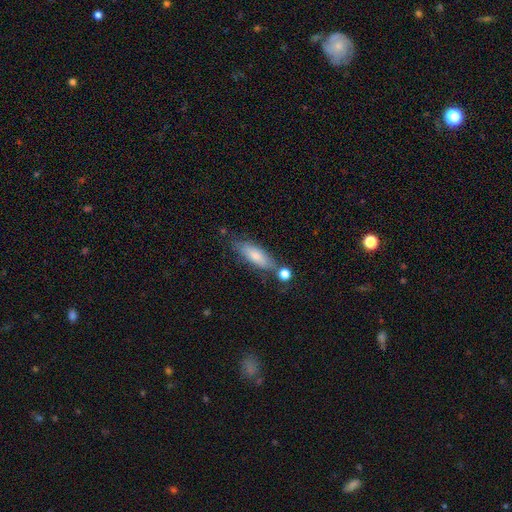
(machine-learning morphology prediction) Overall: smooth (70%). How rounded: in between (51%; cigar-shaped 47%). Merging: none (61%).